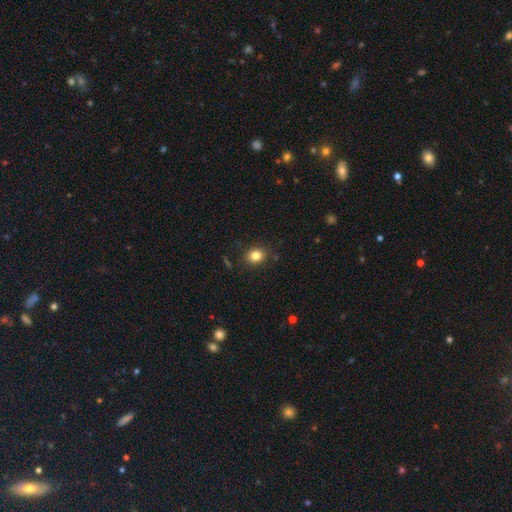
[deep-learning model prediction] A smooth galaxy with no disk features (82%) that is round (60%). Merging: none (86%).